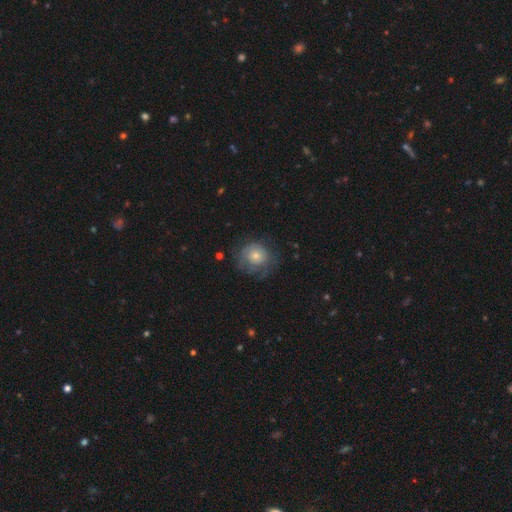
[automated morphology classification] A smooth galaxy with no disk features (53%) that is round (86%).

Vote fractions:
- Smooth or featured? smooth: 53% / featured or disk: 39% / star or artifact: 8%
- How rounded? round: 86% / in between: 13% / cigar-shaped: 1%
- Merging? none: 60% / minor disturbance: 22% / major disturbance: 17% / merger: 1%